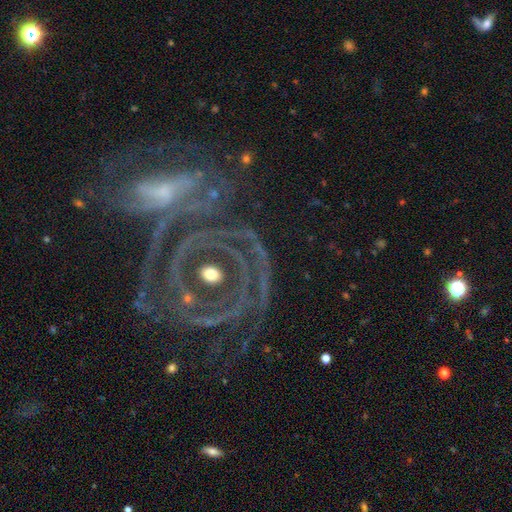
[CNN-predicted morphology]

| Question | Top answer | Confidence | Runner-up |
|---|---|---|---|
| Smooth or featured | featured or disk | 76% | star or artifact (16%) |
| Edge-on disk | no | 92% | yes (8%) |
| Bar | no | 46% | weak (30%) |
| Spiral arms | yes | 83% | no (17%) |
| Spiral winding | tight | 67% | medium (24%) |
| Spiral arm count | can't tell | 35% | 2 (23%) |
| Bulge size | small | 51% | moderate (37%) |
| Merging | none | 44% | merger (27%) |